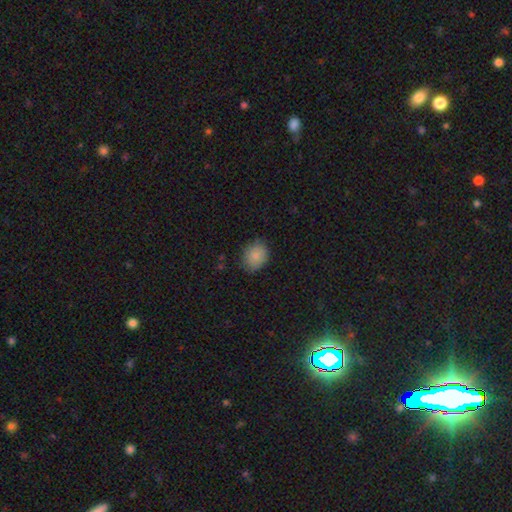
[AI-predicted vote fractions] Smooth or featured?
  - smooth: 87% *
  - star or artifact: 8%
  - featured or disk: 5%
How rounded?
  - round: 51% *
  - in between: 48%
  - cigar-shaped: 1%
Merging?
  - none: 77% *
  - minor disturbance: 18%
  - major disturbance: 4%
  - merger: 1%